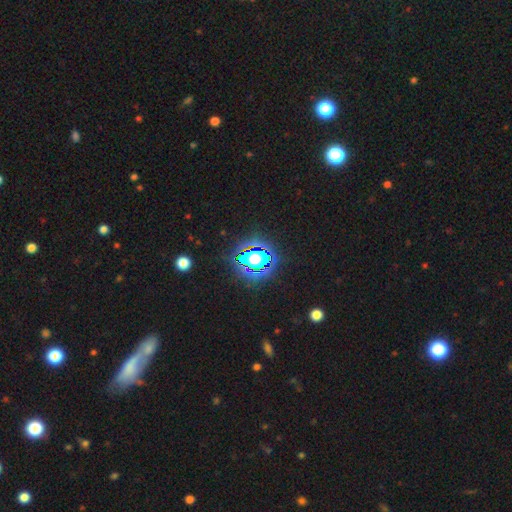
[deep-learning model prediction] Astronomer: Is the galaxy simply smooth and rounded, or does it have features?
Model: star or artifact — 79%.